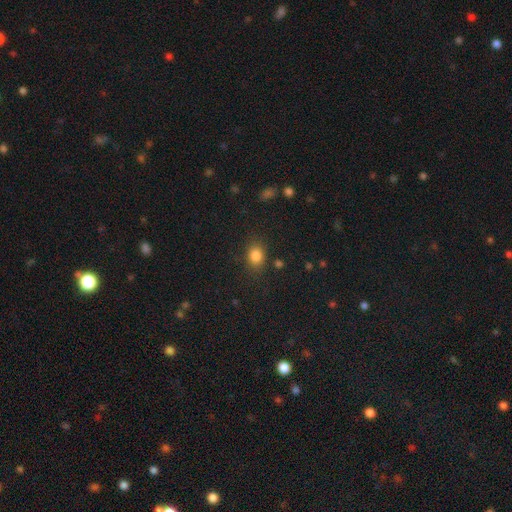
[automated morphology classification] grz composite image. It shows a smooth galaxy with no disk features (83%) that is in between round and cigar-shaped (53%). Merging: none (82%).